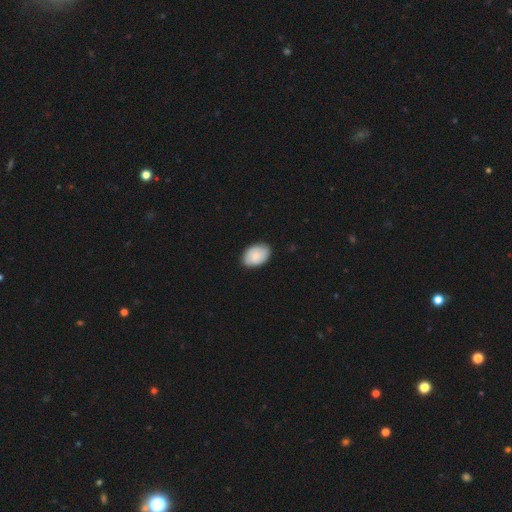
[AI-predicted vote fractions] Smooth or featured: smooth — 76% (featured or disk — 17%)
How rounded: in between — 86% (round — 13%)
Merging: none — 84% (minor disturbance — 13%)